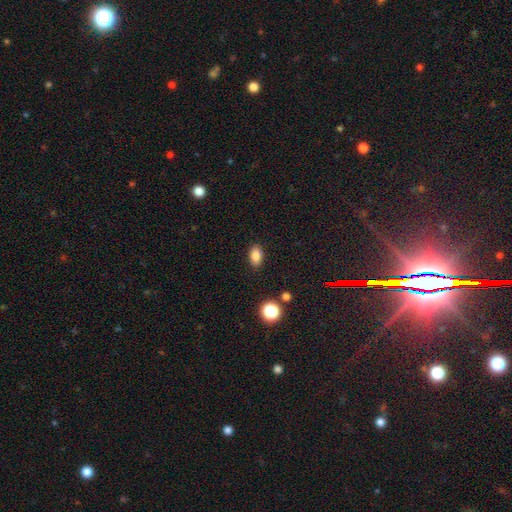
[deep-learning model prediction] Smooth or featured?
  - smooth: 84% *
  - star or artifact: 10%
  - featured or disk: 5%
How rounded?
  - in between: 88% *
  - round: 9%
  - cigar-shaped: 3%
Merging?
  - none: 87% *
  - minor disturbance: 9%
  - major disturbance: 2%
  - merger: 1%